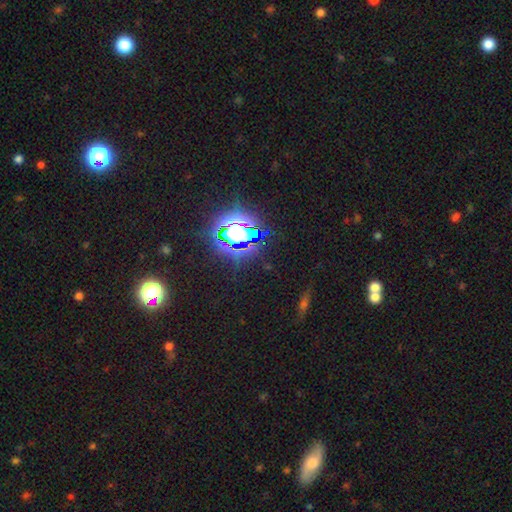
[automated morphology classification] Smooth or featured: star or artifact — 81% (smooth — 11%)